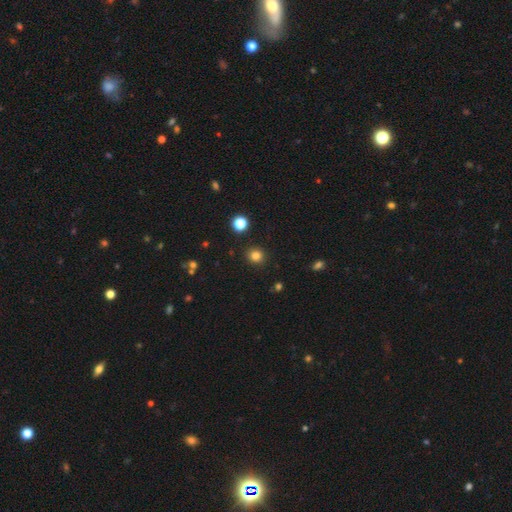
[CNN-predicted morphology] type=smooth (82%); roundness=round (88%); merging=none (91%).